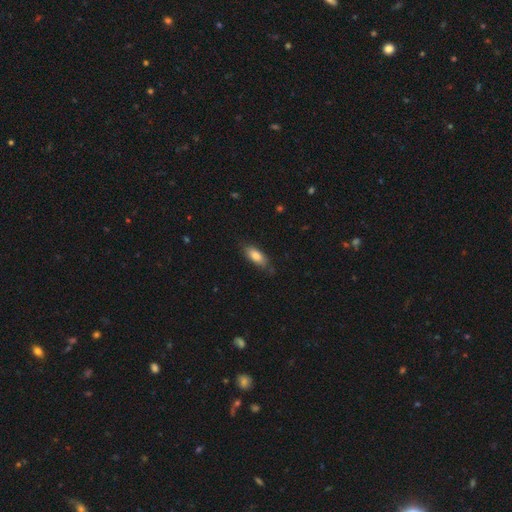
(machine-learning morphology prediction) The model was most divided on "merging": none: 73%, minor disturbance: 21%, major disturbance: 4%, merger: 1%. More confident: smooth or featured — smooth (81%); how rounded — in between (80%).